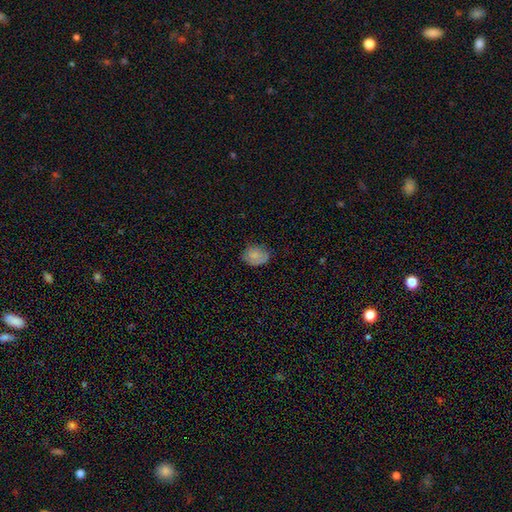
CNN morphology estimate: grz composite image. It shows a smooth galaxy with no disk features (77%) that is in between round and cigar-shaped (59%). Merging: none (70%).